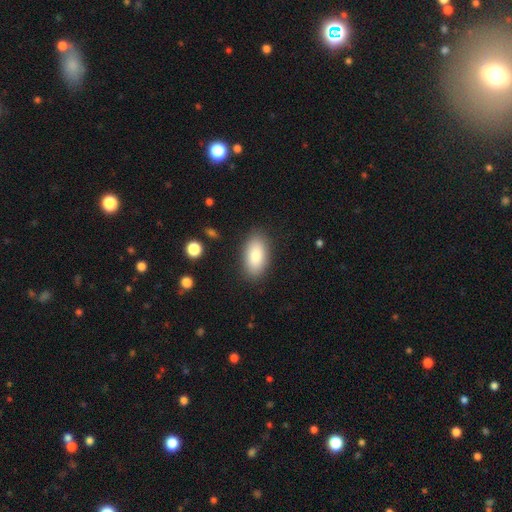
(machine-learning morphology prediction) type=smooth (83%); roundness=in between (93%); merging=none (86%).